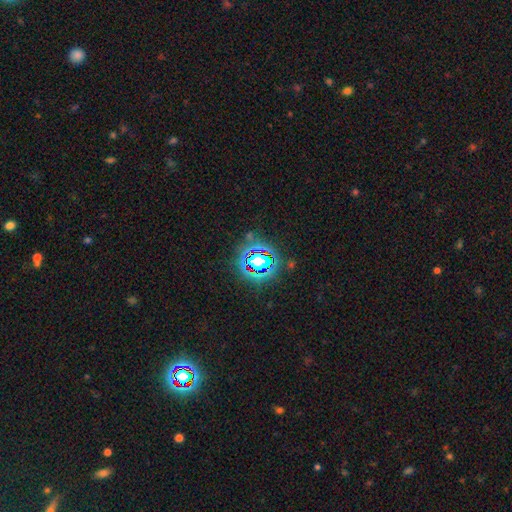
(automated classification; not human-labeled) smooth_or_featured: star or artifact (p=0.73) [alt: smooth p=0.17]